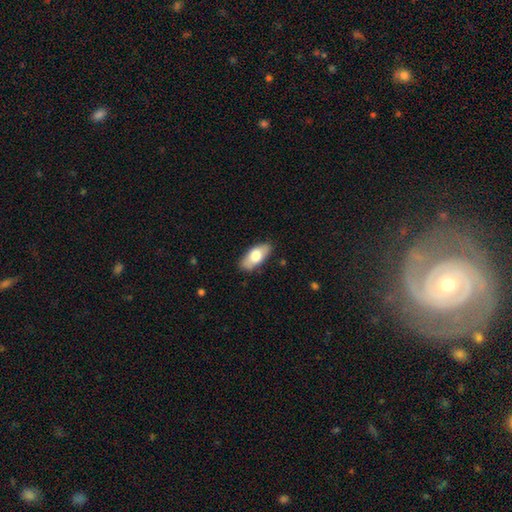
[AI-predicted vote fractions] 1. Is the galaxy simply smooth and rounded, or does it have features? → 73% smooth, 21% featured or disk, 6% star or artifact.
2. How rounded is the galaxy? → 87% in between, 10% cigar-shaped, 3% round.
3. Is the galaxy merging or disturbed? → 84% none, 13% minor disturbance, 3% major disturbance, 1% merger.